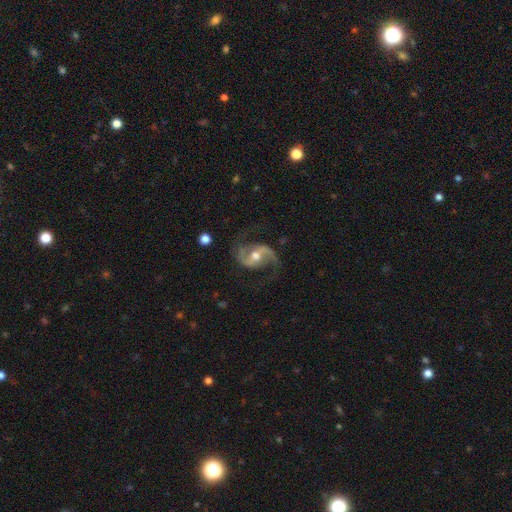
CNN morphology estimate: Q: Smooth or featured?
A: featured or disk (91%); runner-up: star or artifact (5%)
Q: Edge-on disk?
A: no (98%); runner-up: yes (2%)
Q: Bar?
A: weak (42%); runner-up: no (32%)
Q: Spiral arms?
A: yes (97%); runner-up: no (3%)
Q: Spiral winding?
A: medium (46%); runner-up: loose (45%)
Q: Spiral arm count?
A: 2 (94%); runner-up: can't tell (2%)
Q: Bulge size?
A: moderate (73%); runner-up: small (17%)
Q: Merging?
A: none (75%); runner-up: minor disturbance (15%)